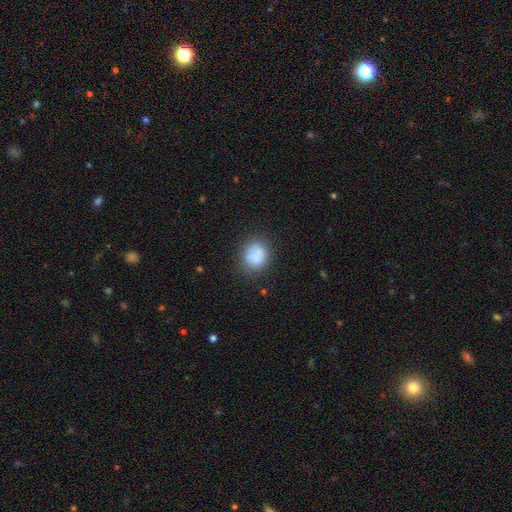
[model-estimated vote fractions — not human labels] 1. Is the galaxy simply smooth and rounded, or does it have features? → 79% smooth, 11% featured or disk, 9% star or artifact.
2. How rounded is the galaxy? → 68% round, 31% in between, 1% cigar-shaped.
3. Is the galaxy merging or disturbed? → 68% none, 20% minor disturbance, 7% major disturbance, 5% merger.